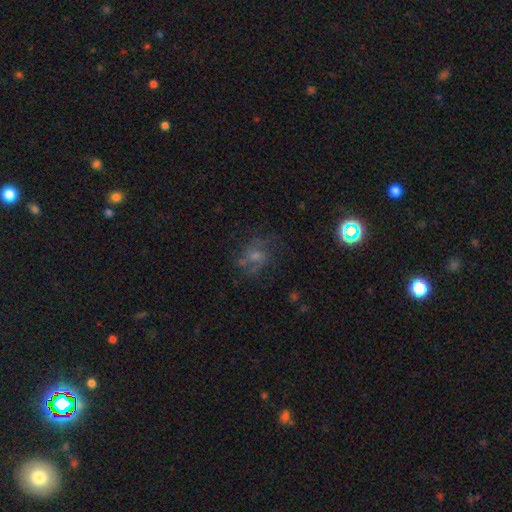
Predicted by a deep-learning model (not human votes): This appears to be a featured or disk galaxy (51%). Merging: none (62%).